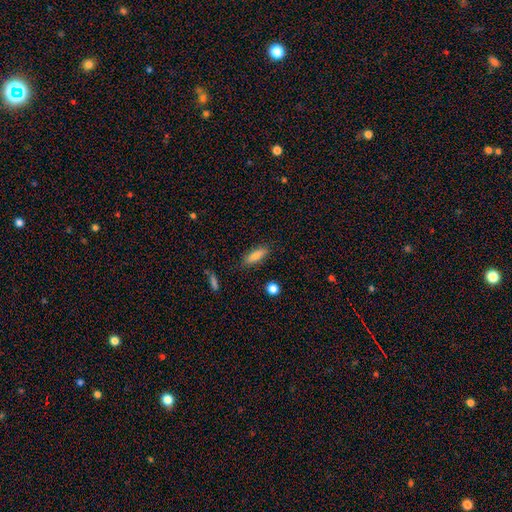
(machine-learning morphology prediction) This appears to be a smooth galaxy with no disk features (81%) that is in between round and cigar-shaped (58%). Merging: none (84%).